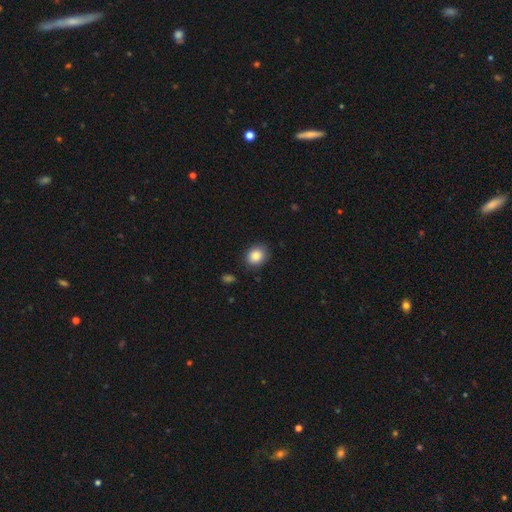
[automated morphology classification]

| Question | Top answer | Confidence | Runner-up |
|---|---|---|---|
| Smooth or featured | smooth | 86% | star or artifact (9%) |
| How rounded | round | 56% | in between (44%) |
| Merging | none | 86% | minor disturbance (10%) |